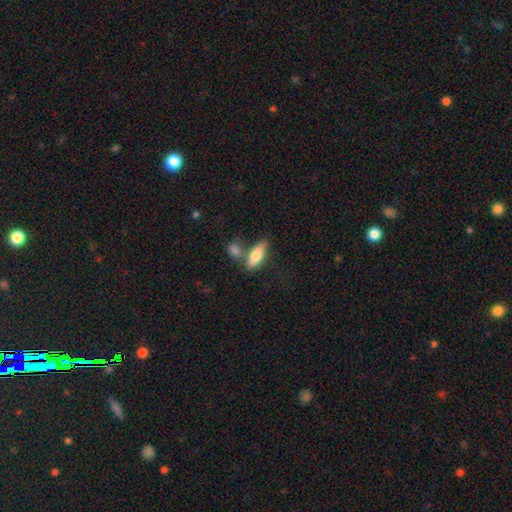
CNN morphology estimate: A smooth galaxy with no disk features (75%) that is in between round and cigar-shaped (67%). Merging: none (53%).